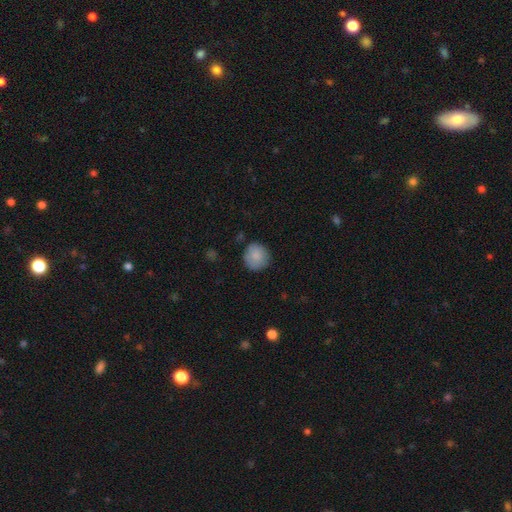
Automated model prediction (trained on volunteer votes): This appears to be a smooth galaxy with no disk features (86%) that is round (88%). Merging: none (82%).